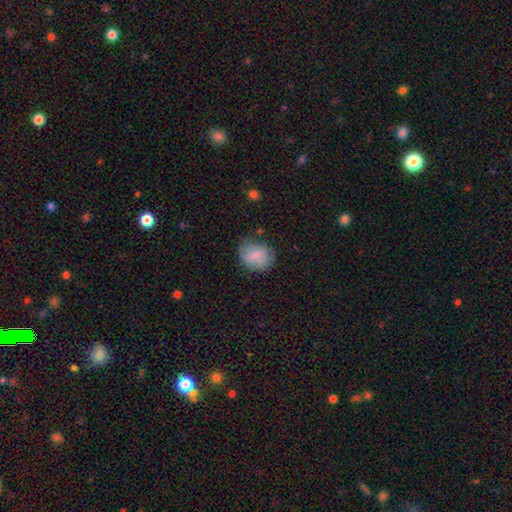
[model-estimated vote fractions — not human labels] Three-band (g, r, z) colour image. It shows a smooth galaxy with no disk features (75%) that is round (50%). Merging: none (66%).